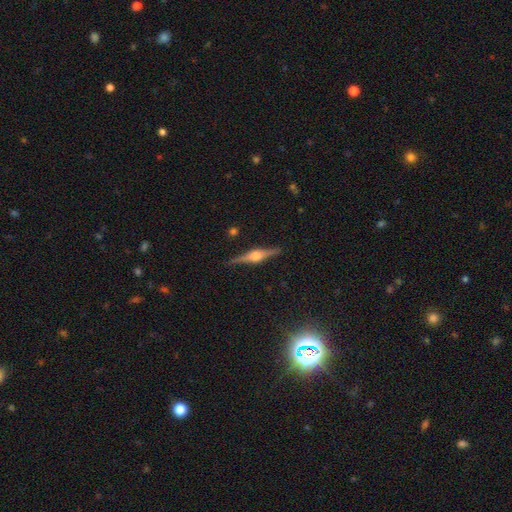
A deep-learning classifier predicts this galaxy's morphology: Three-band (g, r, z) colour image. It shows a featured or disk galaxy (83%) viewed edge-on (98%) with a rounded central bulge (93%). Merging: none (90%).